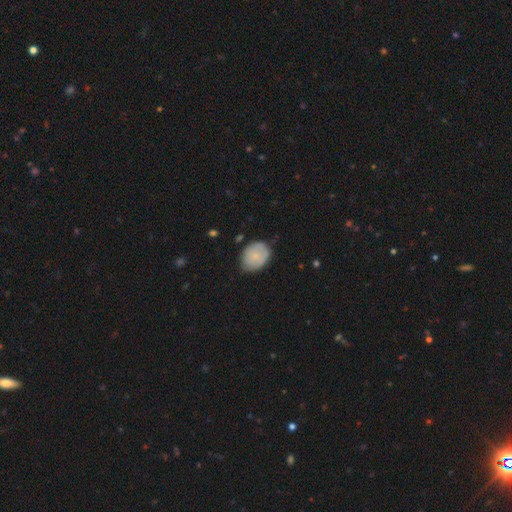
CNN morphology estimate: smooth 77%, featured or disk 16%, star or artifact 7%. Down the decision tree: how rounded — in between (59%); merging — none (71%).